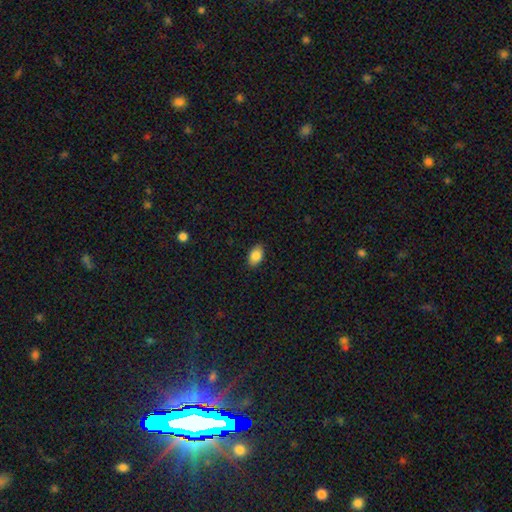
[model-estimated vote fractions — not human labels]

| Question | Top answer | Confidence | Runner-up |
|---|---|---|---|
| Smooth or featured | smooth | 86% | star or artifact (8%) |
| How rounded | in between | 89% | round (9%) |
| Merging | none | 88% | minor disturbance (9%) |